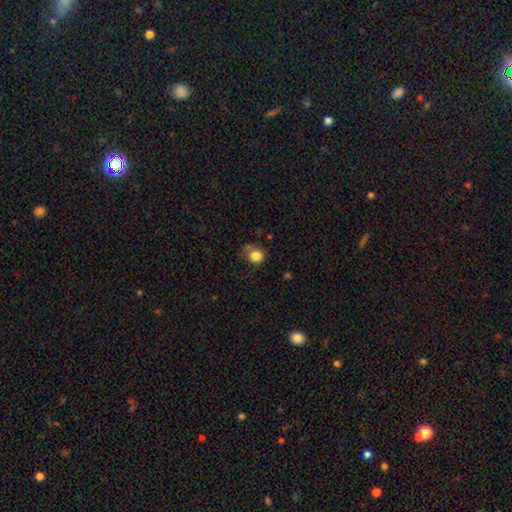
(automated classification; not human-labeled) A smooth galaxy with no disk features (83%) that is round (75%).

Vote fractions:
- Smooth or featured? smooth: 83% / star or artifact: 10% / featured or disk: 7%
- How rounded? round: 75% / in between: 24% / cigar-shaped: 1%
- Merging? none: 49% / minor disturbance: 33% / major disturbance: 15% / merger: 3%